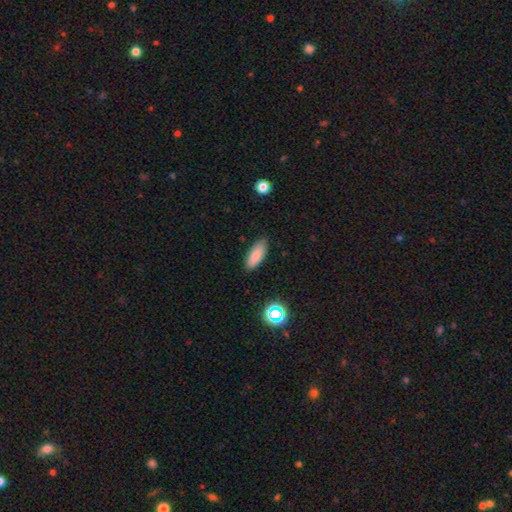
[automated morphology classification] Q: Smooth or featured?
A: smooth (83%); runner-up: star or artifact (9%)
Q: How rounded?
A: in between (72%); runner-up: cigar-shaped (26%)
Q: Merging?
A: none (84%); runner-up: minor disturbance (12%)